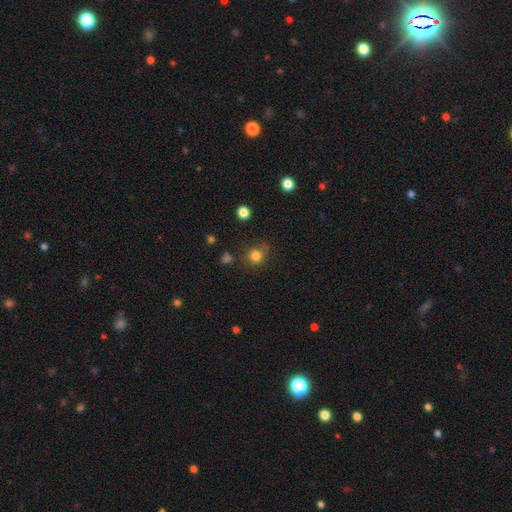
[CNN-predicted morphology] This is likely a smooth galaxy (80%). How rounded: clearly round (86%). Merging: likely none (73%).